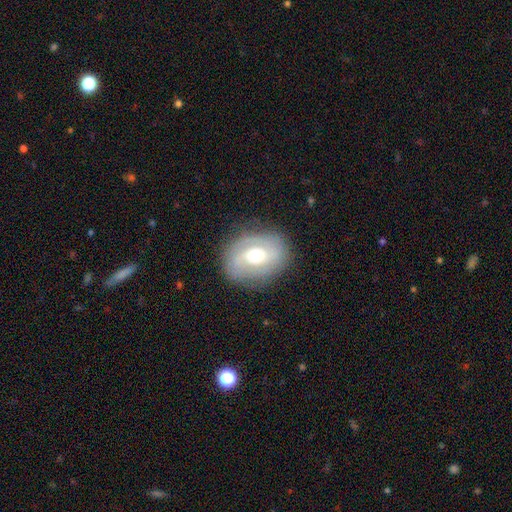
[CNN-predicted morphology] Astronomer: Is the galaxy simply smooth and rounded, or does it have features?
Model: featured or disk — 67%.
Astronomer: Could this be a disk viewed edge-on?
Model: no — 95%.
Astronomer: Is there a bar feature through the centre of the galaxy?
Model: no — 44% (runner-up: weak, 41%).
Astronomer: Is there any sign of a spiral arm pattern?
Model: yes — 80%.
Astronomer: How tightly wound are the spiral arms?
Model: tight — 45% (runner-up: medium, 37%).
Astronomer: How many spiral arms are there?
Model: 2 — 63%.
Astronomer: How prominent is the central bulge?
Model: moderate — 70%.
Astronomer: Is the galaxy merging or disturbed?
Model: none — 80%.